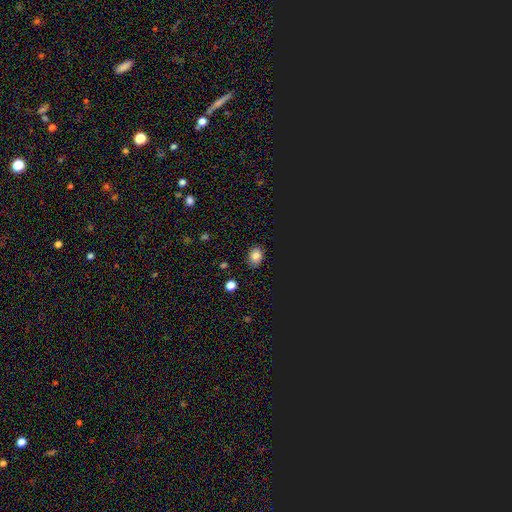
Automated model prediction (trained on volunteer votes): The model was most divided on "how rounded": in between: 60%, round: 38%, cigar-shaped: 1%. More confident: merging — none (83%); smooth or featured — smooth (76%).